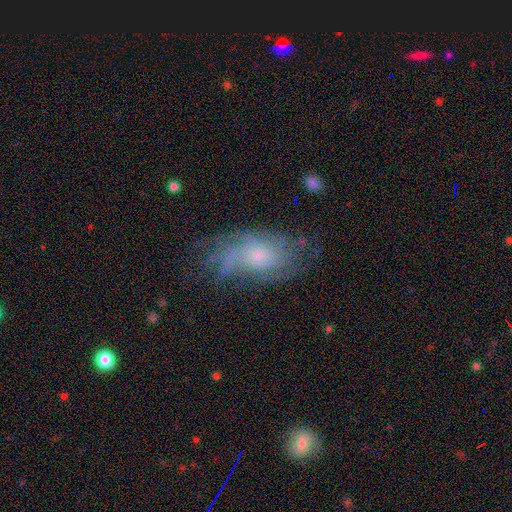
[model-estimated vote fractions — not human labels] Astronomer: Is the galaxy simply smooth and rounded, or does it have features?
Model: featured or disk — 69%.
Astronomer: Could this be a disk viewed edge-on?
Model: no — 93%.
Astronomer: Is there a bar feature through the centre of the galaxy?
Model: no — 77%.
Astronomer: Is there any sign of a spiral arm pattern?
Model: yes — 85%.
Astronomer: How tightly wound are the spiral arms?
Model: tight — 45% (runner-up: medium, 36%).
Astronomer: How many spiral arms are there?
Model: can't tell — 52%.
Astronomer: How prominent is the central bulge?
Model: small — 57% (runner-up: moderate, 33%).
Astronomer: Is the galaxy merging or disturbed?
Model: none — 61%.